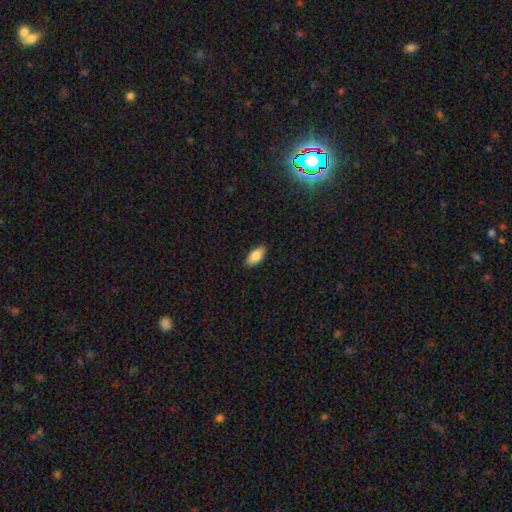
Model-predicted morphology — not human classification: Smooth or featured?
  - smooth: 83% *
  - featured or disk: 11%
  - star or artifact: 7%
How rounded?
  - in between: 90% *
  - cigar-shaped: 7%
  - round: 2%
Merging?
  - none: 89% *
  - minor disturbance: 8%
  - major disturbance: 2%
  - merger: 1%